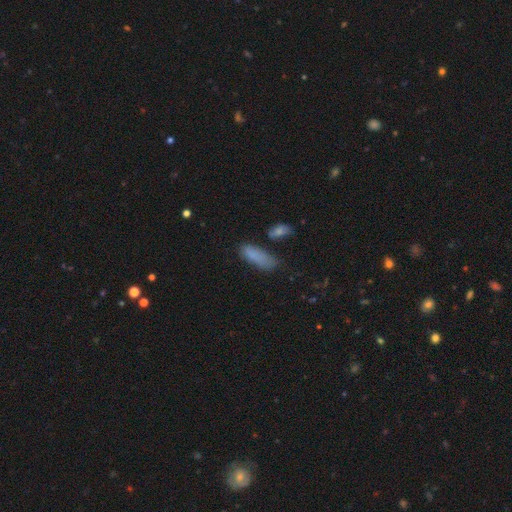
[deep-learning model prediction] smooth 80%, star or artifact 10%, featured or disk 10%. Down the decision tree: how rounded — in between (59%); merging — none (56%).